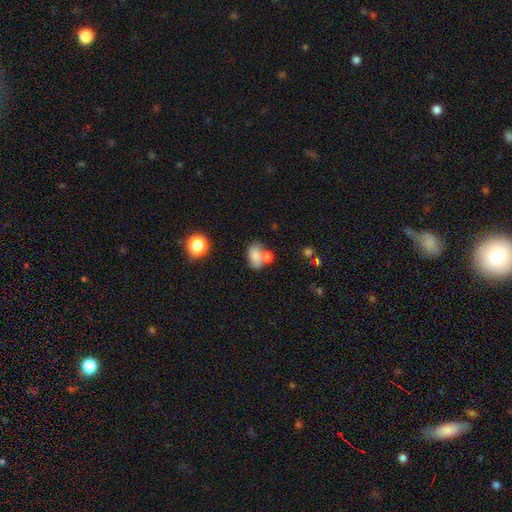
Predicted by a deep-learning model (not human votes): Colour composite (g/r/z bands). It shows a smooth galaxy with no disk features (72%) that is in between round and cigar-shaped (81%). Merging: none (37%).